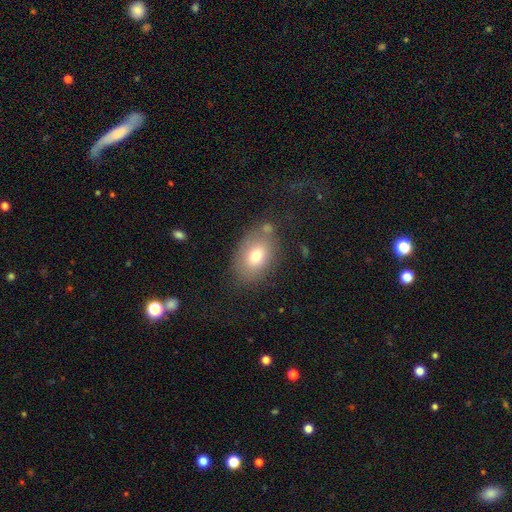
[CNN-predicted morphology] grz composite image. It shows a smooth galaxy with no disk features (72%) that is in between round and cigar-shaped (78%). Merging: none (69%).